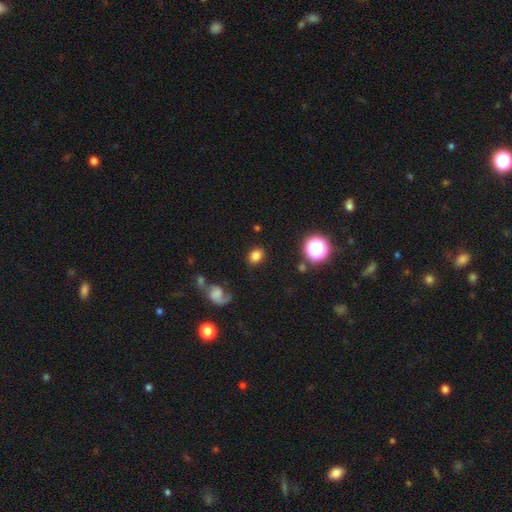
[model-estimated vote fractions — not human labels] smooth-or-featured: smooth: 79% | star or artifact: 13% | featured or disk: 9%
  how-rounded: in between: 50% | round: 49% | cigar-shaped: 1%
  merging: none: 84% | minor disturbance: 10% | major disturbance: 4% | merger: 2%